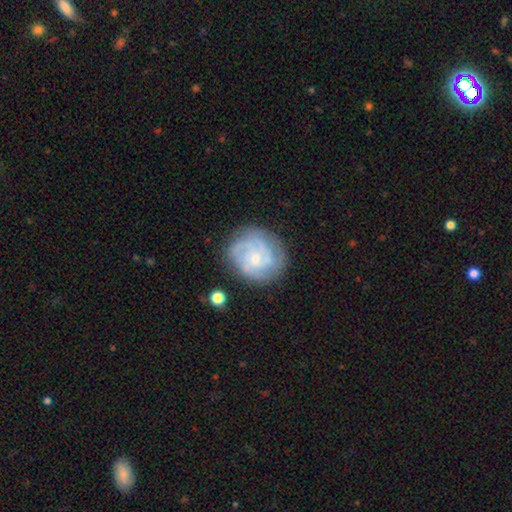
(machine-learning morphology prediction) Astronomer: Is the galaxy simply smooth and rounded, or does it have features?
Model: featured or disk — 79%.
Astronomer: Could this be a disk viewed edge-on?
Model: no — 98%.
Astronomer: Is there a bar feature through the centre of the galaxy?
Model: no — 73%.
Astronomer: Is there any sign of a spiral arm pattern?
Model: yes — 95%.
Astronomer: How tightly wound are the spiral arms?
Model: tight — 63%.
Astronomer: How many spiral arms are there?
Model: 3 — 33% (runner-up: can't tell, 24%).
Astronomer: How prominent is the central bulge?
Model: small — 70%.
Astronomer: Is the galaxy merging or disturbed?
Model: none — 77%.